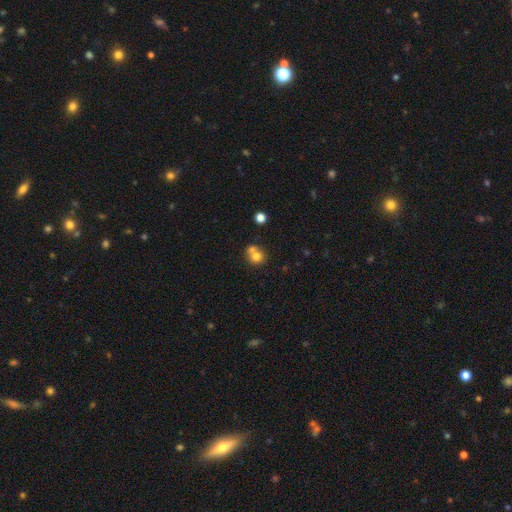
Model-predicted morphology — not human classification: Smooth or featured: smooth — 74% (featured or disk — 14%)
How rounded: round — 80% (in between — 19%)
Merging: merger — 50% (none — 39%)